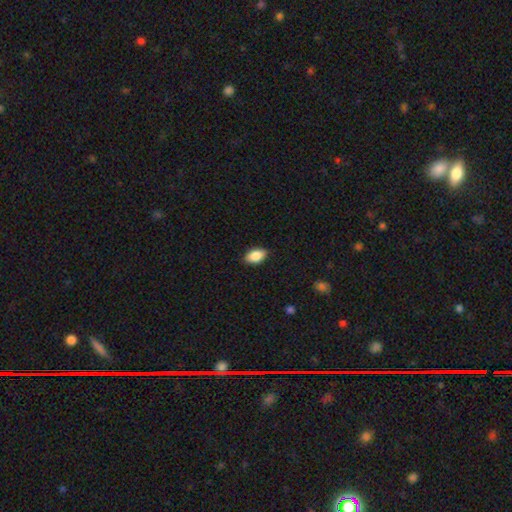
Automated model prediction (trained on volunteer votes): Smooth or featured? smooth (88%)
How rounded? in between (92%)
Merging? none (88%)